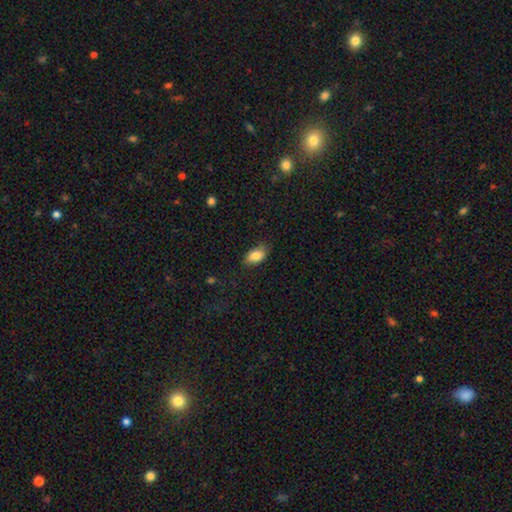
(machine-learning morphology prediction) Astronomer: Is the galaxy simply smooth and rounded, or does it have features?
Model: smooth — 83%.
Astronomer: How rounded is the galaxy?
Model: in between — 91%.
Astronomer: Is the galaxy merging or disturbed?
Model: none — 73%.